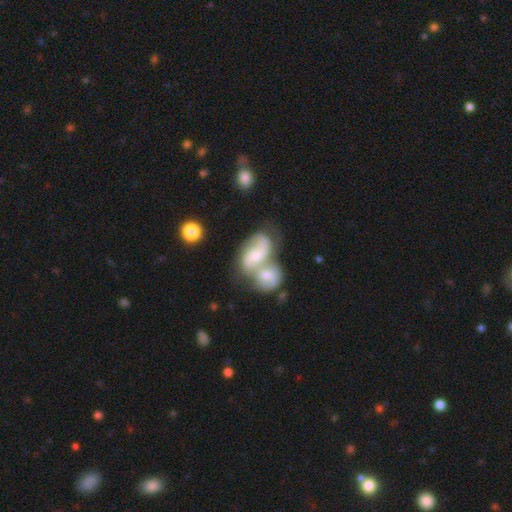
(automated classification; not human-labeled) smooth-or-featured: featured or disk: 62% | smooth: 31% | star or artifact: 7%
  disk-edge-on: no: 96% | yes: 4%
    bar: no: 54% | weak: 35% | strong: 11%
    has-spiral-arms: yes: 84% | no: 16%
    bulge-size: small: 48% | moderate: 44% | none: 4% | large: 3% | dominant: 1%
  merging: merger: 72% | none: 16% | minor disturbance: 7% | major disturbance: 5%